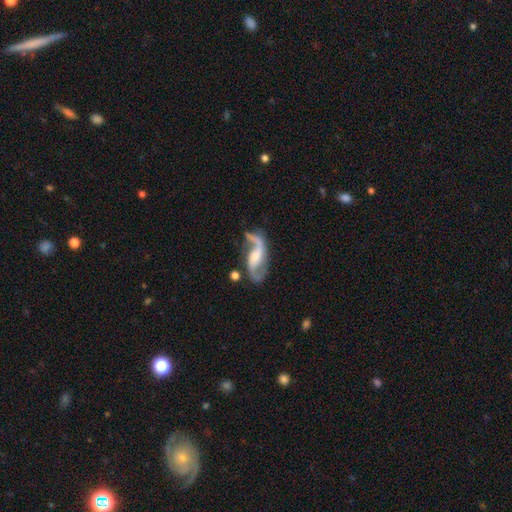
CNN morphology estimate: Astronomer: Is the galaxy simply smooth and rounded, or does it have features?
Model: featured or disk — 88%.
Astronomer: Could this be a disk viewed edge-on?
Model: no — 95%.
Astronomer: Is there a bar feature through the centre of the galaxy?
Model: weak — 41% (runner-up: no, 39%).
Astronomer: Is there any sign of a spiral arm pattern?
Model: yes — 96%.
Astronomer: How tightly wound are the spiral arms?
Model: loose — 69%.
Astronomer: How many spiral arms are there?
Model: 2 — 91%.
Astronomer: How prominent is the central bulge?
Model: moderate — 41% (runner-up: small, 32%).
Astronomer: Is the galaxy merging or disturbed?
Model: none — 62%.